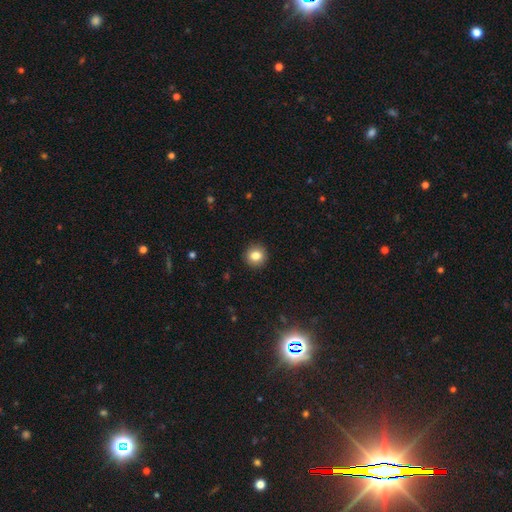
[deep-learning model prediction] smooth_or_featured: smooth (p=0.83) [alt: star or artifact p=0.10]
how_rounded: round (p=0.92) [alt: in between p=0.07]
merging: none (p=0.92) [alt: minor disturbance p=0.05]